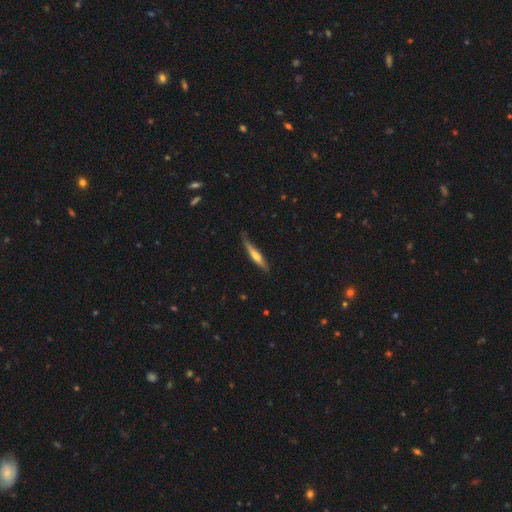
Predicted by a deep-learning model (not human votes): This appears to be a featured or disk galaxy (48%). Merging: none (74%).